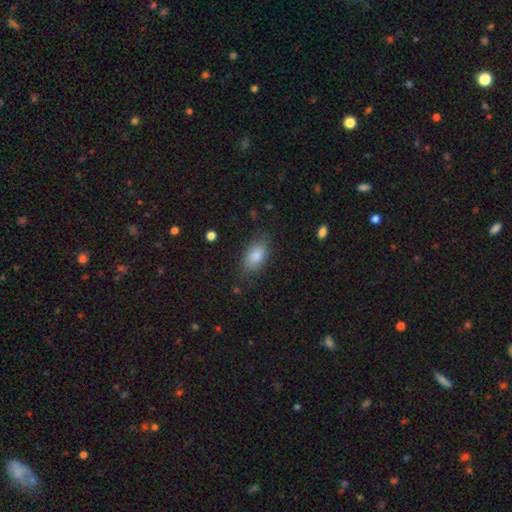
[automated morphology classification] Smooth or featured? Predicted: smooth (p=0.84). How rounded? Predicted: in between (p=0.91). Merging? Predicted: none (p=0.78).